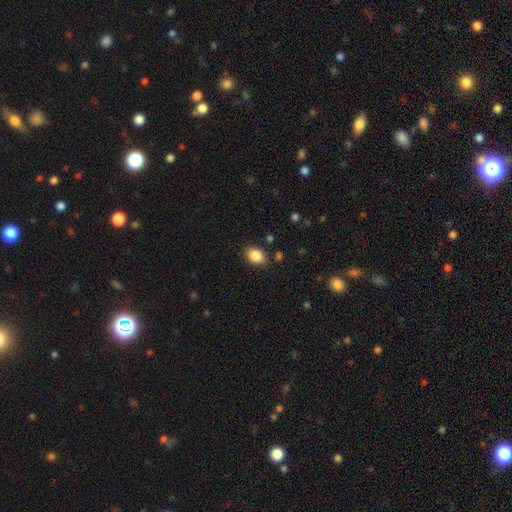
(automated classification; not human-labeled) Smooth or featured: smooth — 86% (star or artifact — 9%)
How rounded: in between — 72% (round — 27%)
Merging: none — 84% (minor disturbance — 11%)